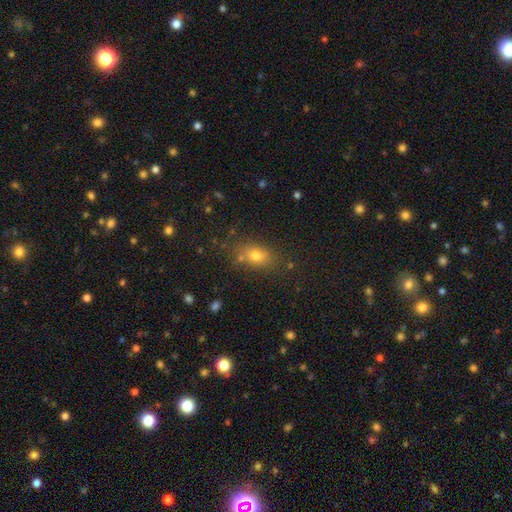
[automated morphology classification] A smooth galaxy with no disk features (72%) that is in between round and cigar-shaped (71%). Merging: none (76%).